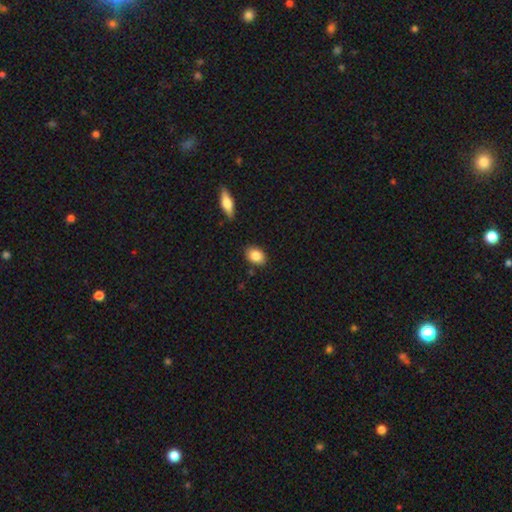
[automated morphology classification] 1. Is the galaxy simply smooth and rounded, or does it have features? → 85% smooth, 8% featured or disk, 7% star or artifact.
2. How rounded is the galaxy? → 77% in between, 22% round, 2% cigar-shaped.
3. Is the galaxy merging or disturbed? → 86% none, 10% minor disturbance, 2% merger, 2% major disturbance.